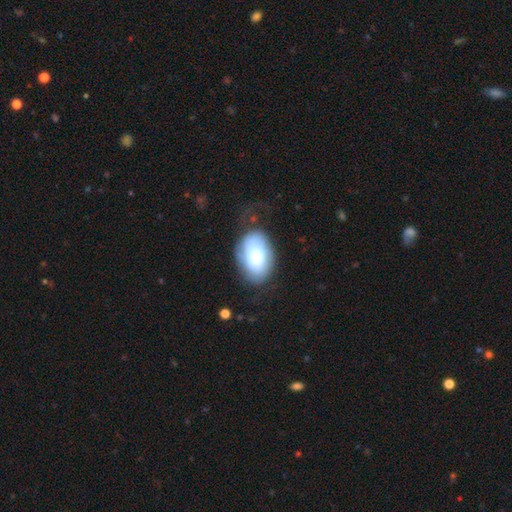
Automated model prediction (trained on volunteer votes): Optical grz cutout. It shows a smooth galaxy with no disk features (65%) that is in between round and cigar-shaped (89%). Merging: none (51%).